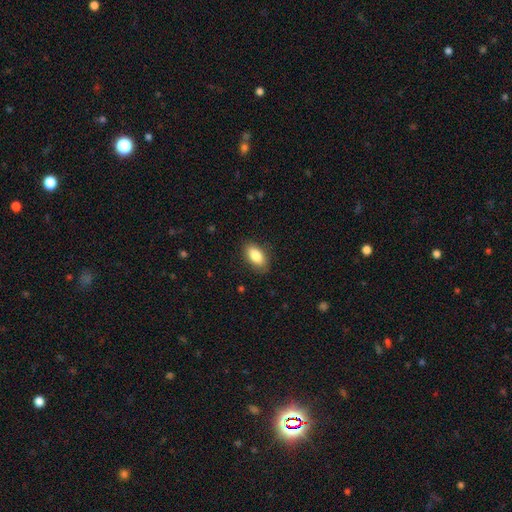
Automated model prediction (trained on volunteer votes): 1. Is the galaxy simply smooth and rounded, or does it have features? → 85% smooth, 8% featured or disk, 7% star or artifact.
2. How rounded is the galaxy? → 91% in between, 6% cigar-shaped, 4% round.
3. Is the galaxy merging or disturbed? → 85% none, 11% minor disturbance, 3% major disturbance, 1% merger.